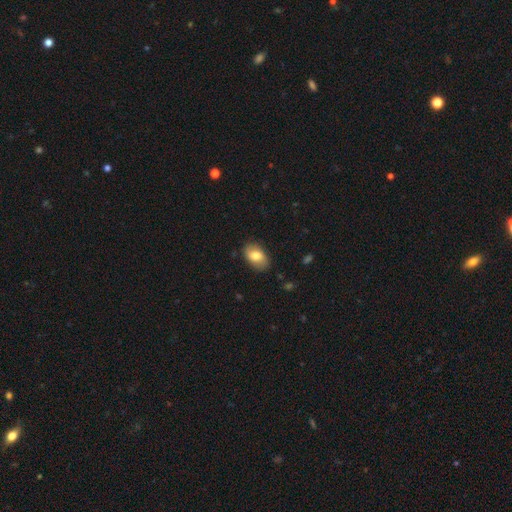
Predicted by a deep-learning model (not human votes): smooth 77%, featured or disk 16%, star or artifact 7%. Down the decision tree: how rounded — in between (89%); merging — none (82%).